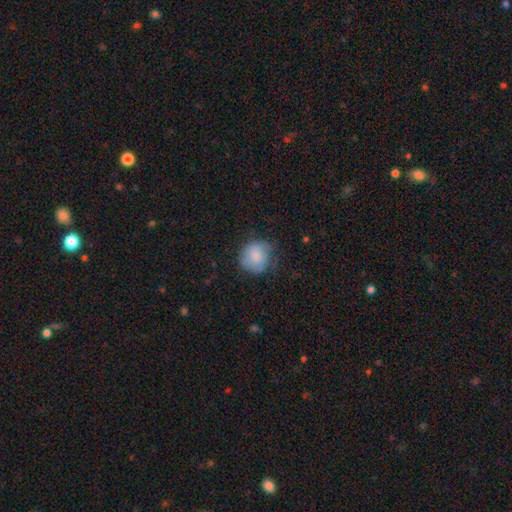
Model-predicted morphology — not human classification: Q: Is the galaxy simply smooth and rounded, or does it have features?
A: smooth — 81%.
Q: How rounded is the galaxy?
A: round — 82%.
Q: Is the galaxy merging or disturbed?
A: none — 58%.